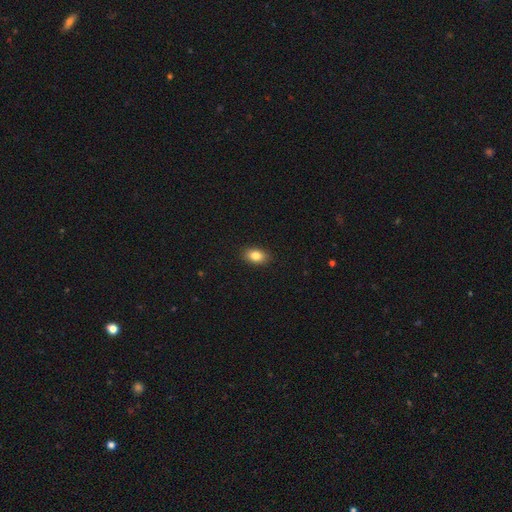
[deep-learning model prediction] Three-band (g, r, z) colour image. It shows a smooth galaxy with no disk features (84%) that is in between round and cigar-shaped (86%). Merging: none (90%).